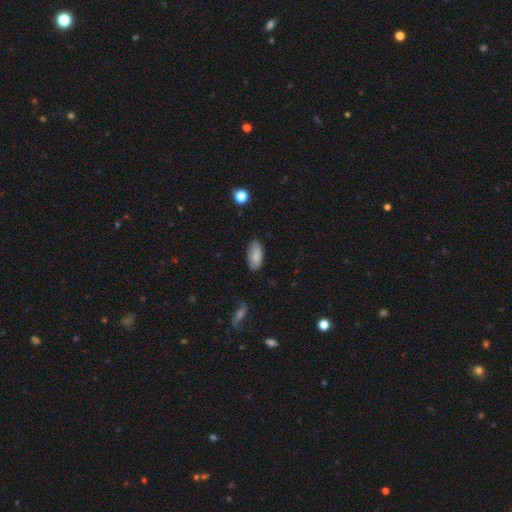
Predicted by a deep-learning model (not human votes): Q: Smooth or featured?
A: smooth (87%); runner-up: star or artifact (7%)
Q: How rounded?
A: in between (92%); runner-up: cigar-shaped (6%)
Q: Merging?
A: none (82%); runner-up: minor disturbance (14%)